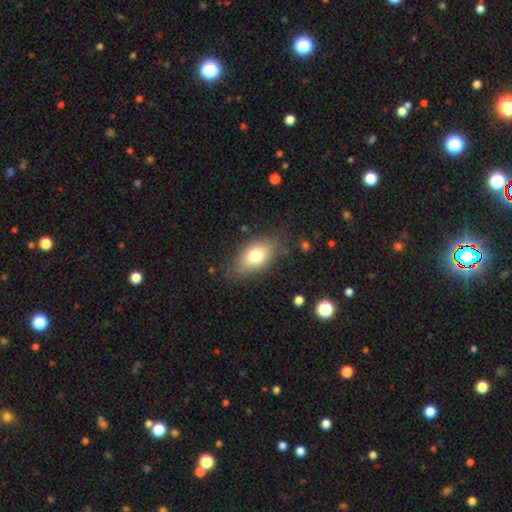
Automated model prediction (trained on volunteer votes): Morphology: type=smooth (75%); roundness=in between (86%); merging=none (78%).